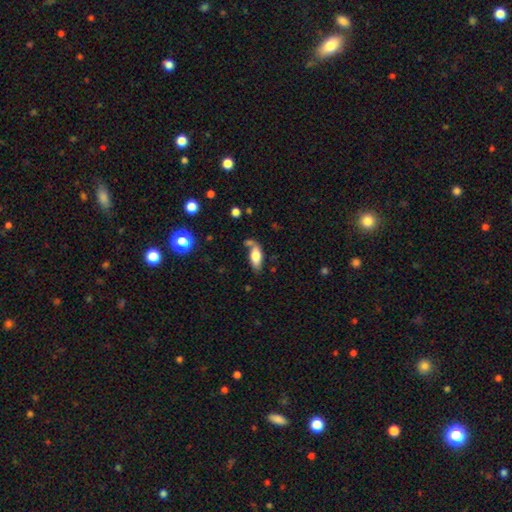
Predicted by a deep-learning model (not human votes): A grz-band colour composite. It shows a smooth galaxy with no disk features (74%) that is in between round and cigar-shaped (78%). Merging: none (55%).